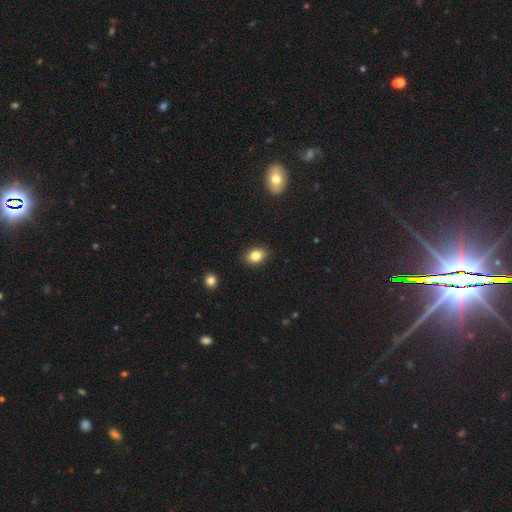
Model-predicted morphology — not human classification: A smooth galaxy with no disk features (84%) that is in between round and cigar-shaped (70%). Merging: none (89%).